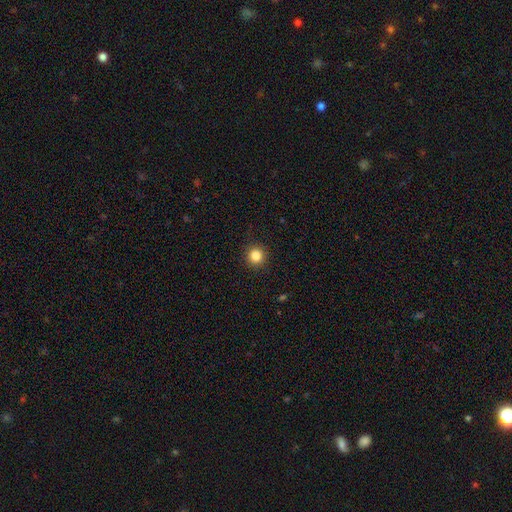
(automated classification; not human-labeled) A smooth galaxy with no disk features (83%) that is round (95%). Merging: none (92%).